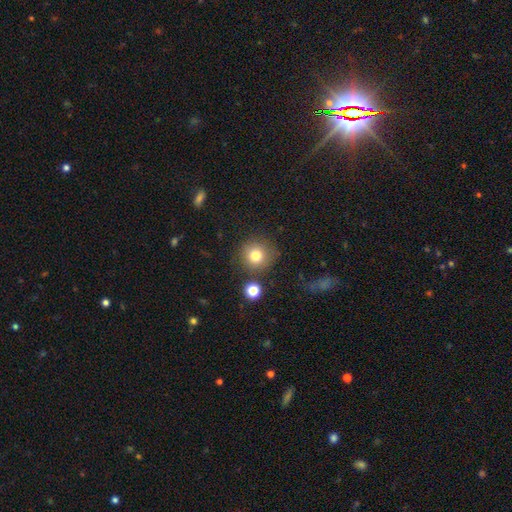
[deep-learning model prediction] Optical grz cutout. It shows a smooth galaxy with no disk features (79%) that is round (92%). Merging: none (79%).